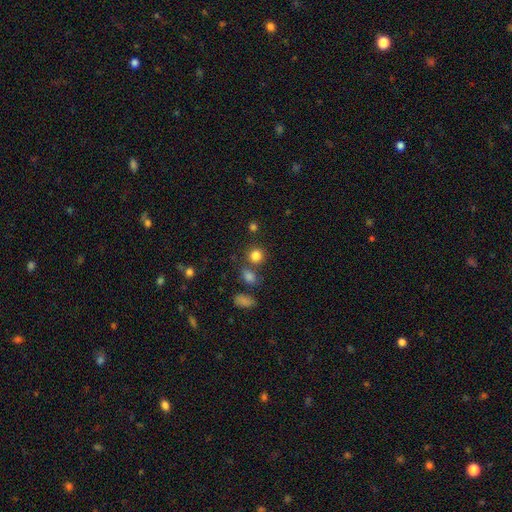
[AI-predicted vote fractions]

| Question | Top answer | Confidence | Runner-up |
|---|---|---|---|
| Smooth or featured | smooth | 82% | star or artifact (13%) |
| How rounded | round | 86% | in between (13%) |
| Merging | none | 72% | merger (15%) |